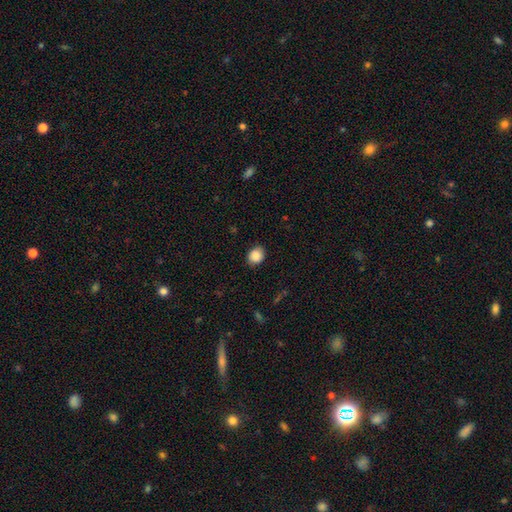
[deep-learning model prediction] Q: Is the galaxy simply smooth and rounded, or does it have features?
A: smooth — 88%.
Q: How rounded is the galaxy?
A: round — 64%.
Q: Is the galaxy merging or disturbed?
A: none — 84%.